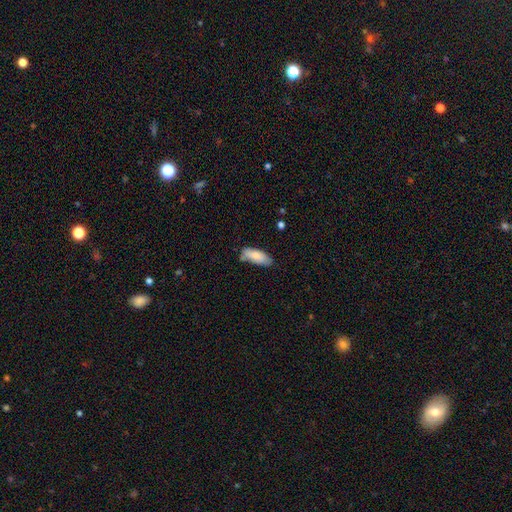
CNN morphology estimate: A smooth galaxy with no disk features (84%) that is in between round and cigar-shaped (75%). Merging: none (64%).